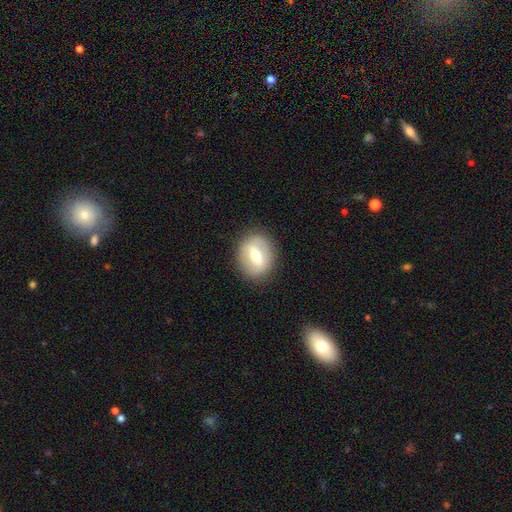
Volunteers were most divided on "how rounded": round: 55%, in between: 45%, cigar-shaped: 0%. More confident: merging — none (76%); smooth or featured — smooth (55%).